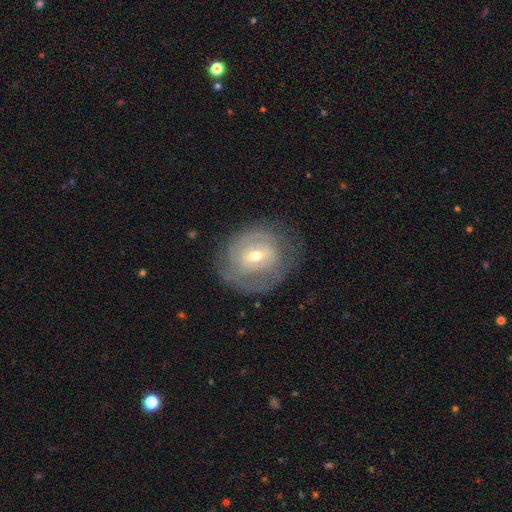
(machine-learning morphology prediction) The model was most divided on "spiral arm count": can't tell: 43%, 2: 37%, 3: 8%, 1: 7%, 4: 3%, more than 4: 2%. Remaining: edge-on disk — no (96%); spiral arms — yes (73%); smooth or featured — featured or disk (73%); merging — none (70%); spiral winding — tight (66%); bulge size — moderate (52%); bar — weak (46%).